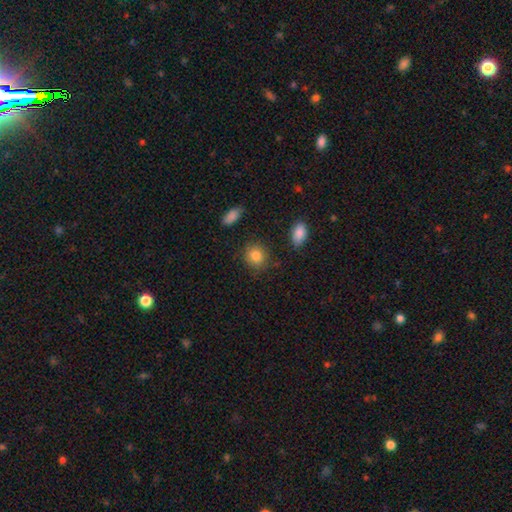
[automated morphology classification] smooth-or-featured: smooth: 85% | star or artifact: 9% | featured or disk: 6%
  how-rounded: round: 77% | in between: 22% | cigar-shaped: 1%
  merging: none: 84% | minor disturbance: 11% | major disturbance: 3% | merger: 2%